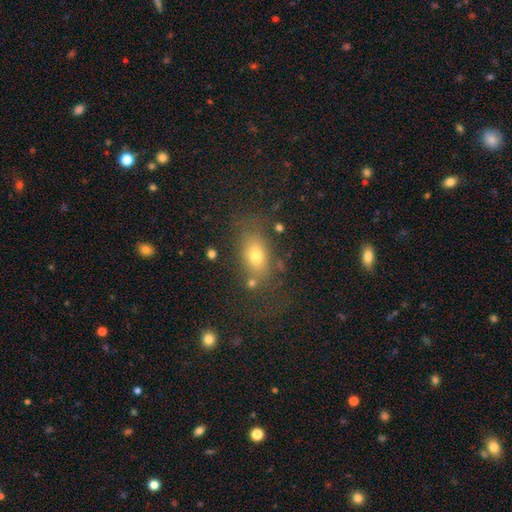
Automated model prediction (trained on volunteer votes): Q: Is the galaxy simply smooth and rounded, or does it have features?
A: smooth — 71%.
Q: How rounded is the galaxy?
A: in between — 79%.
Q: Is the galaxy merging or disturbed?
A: none — 66%.